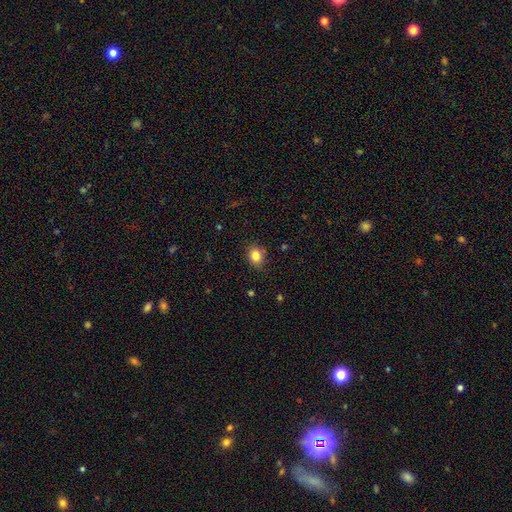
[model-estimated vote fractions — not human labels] The model was most divided on "how rounded": round: 55%, in between: 44%, cigar-shaped: 1%. More confident: smooth or featured — smooth (83%); merging — none (82%).